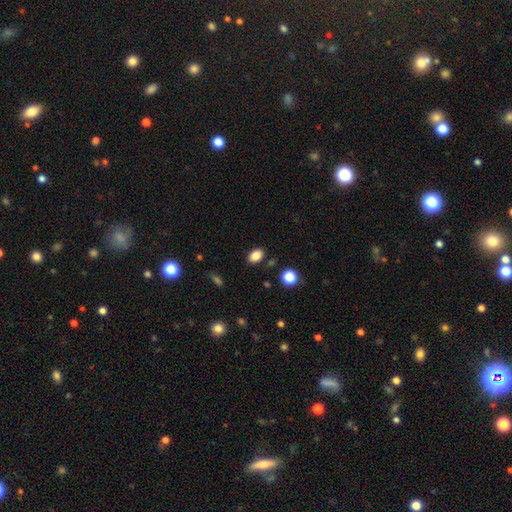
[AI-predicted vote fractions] A smooth galaxy with no disk features (85%) that is in between round and cigar-shaped (82%). Merging: none (85%).